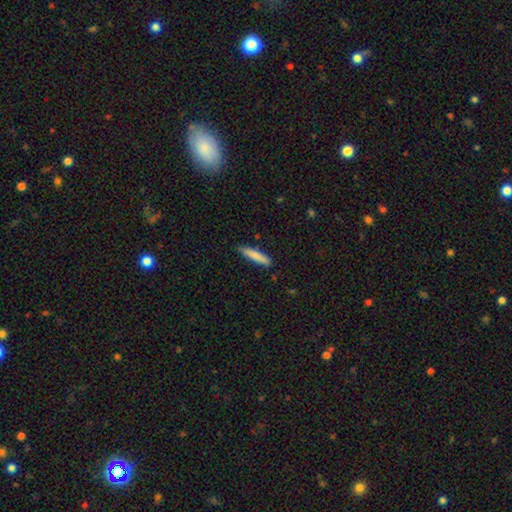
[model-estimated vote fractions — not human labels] Smooth or featured?
  - smooth: 82% *
  - featured or disk: 12%
  - star or artifact: 6%
How rounded?
  - cigar-shaped: 89% *
  - in between: 10%
  - round: 1%
Merging?
  - none: 85% *
  - minor disturbance: 12%
  - major disturbance: 2%
  - merger: 1%